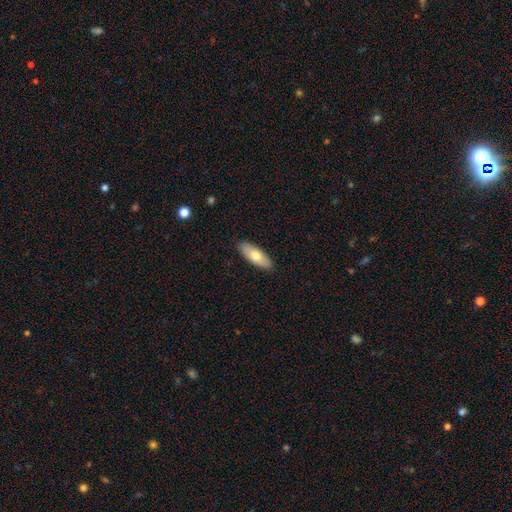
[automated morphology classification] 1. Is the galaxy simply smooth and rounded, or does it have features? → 68% smooth, 26% featured or disk, 6% star or artifact.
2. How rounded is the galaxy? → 76% in between, 21% cigar-shaped, 2% round.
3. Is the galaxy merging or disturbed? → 89% none, 8% minor disturbance, 2% major disturbance, 1% merger.